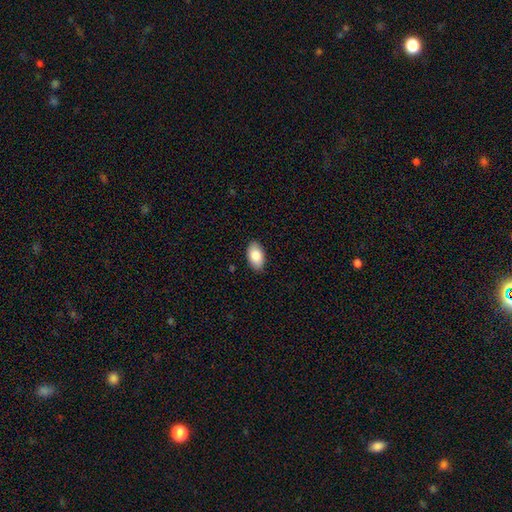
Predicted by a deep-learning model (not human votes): smooth_or_featured: smooth (p=0.85) [alt: featured or disk p=0.08]
how_rounded: in between (p=0.95) [alt: round p=0.04]
merging: none (p=0.89) [alt: minor disturbance p=0.08]